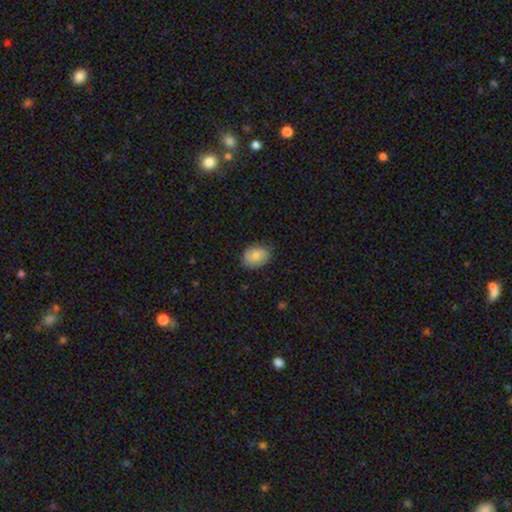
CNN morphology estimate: A smooth galaxy with no disk features (79%) that is in between round and cigar-shaped (66%). Merging: none (77%).